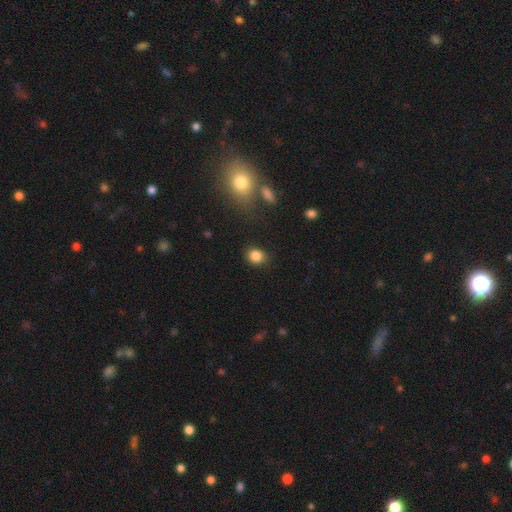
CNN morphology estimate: Smooth or featured: smooth — 85% (star or artifact — 10%)
How rounded: round — 68% (in between — 31%)
Merging: none — 83% (minor disturbance — 11%)